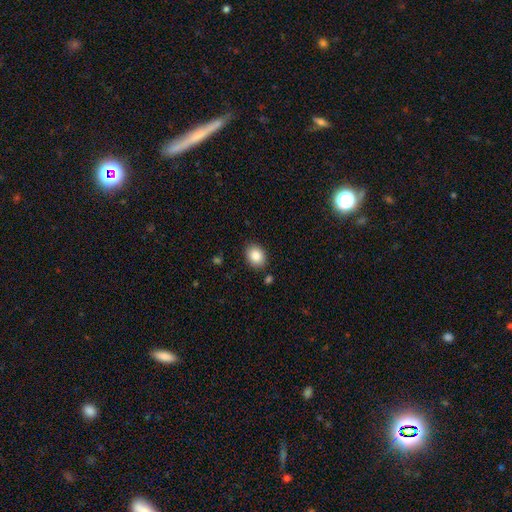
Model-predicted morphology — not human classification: smooth-or-featured: smooth: 86% | star or artifact: 8% | featured or disk: 6%
  how-rounded: in between: 60% | round: 39% | cigar-shaped: 1%
  merging: none: 85% | minor disturbance: 10% | major disturbance: 2% | merger: 2%